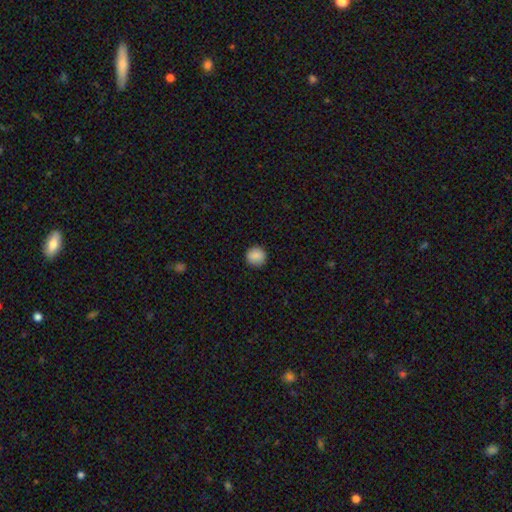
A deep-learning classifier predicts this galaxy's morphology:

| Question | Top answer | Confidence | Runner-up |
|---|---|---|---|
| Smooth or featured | smooth | 88% | star or artifact (8%) |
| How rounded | round | 92% | in between (7%) |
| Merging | none | 90% | minor disturbance (7%) |